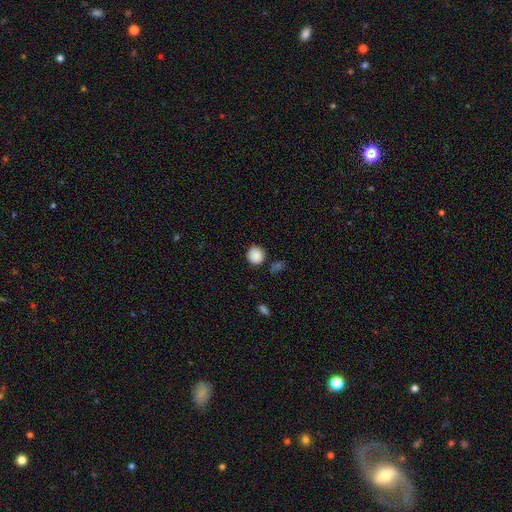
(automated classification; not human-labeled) smooth-or-featured: smooth: 88% | star or artifact: 9% | featured or disk: 3%
  how-rounded: round: 88% | in between: 11% | cigar-shaped: 1%
  merging: none: 82% | minor disturbance: 11% | merger: 4% | major disturbance: 3%